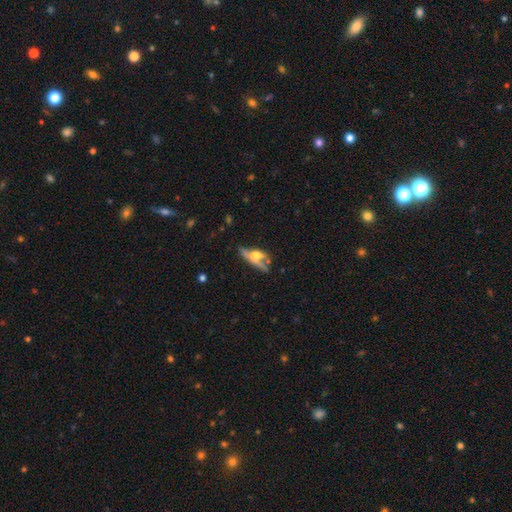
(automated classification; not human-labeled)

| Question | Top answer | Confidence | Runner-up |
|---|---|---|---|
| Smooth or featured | featured or disk | 51% | smooth (37%) |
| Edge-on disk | yes | 53% | no (47%) |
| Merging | none | 33% | major disturbance (25%) |